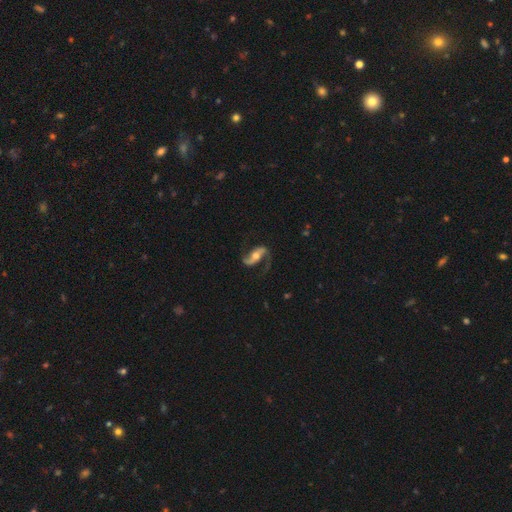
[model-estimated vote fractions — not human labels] Q: Smooth or featured?
A: featured or disk (89%); runner-up: smooth (7%)
Q: Edge-on disk?
A: no (95%); runner-up: yes (5%)
Q: Bar?
A: strong (37%); runner-up: no (33%)
Q: Spiral arms?
A: yes (96%); runner-up: no (4%)
Q: Spiral winding?
A: loose (59%); runner-up: medium (33%)
Q: Spiral arm count?
A: 2 (93%); runner-up: 1 (2%)
Q: Bulge size?
A: moderate (65%); runner-up: small (21%)
Q: Merging?
A: none (75%); runner-up: minor disturbance (14%)